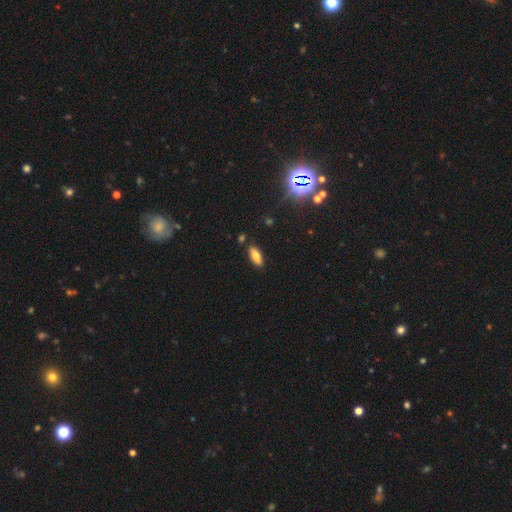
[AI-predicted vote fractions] This is likely a smooth galaxy (77%). How rounded: likely in between (76%). Merging: clearly none (85%).